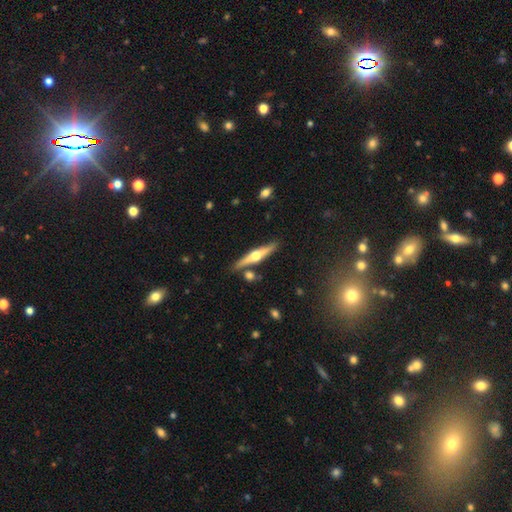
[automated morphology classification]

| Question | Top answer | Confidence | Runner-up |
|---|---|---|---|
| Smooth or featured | featured or disk | 69% | smooth (25%) |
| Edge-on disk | yes | 97% | no (3%) |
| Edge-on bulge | rounded | 95% | boxy (3%) |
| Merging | none | 83% | minor disturbance (9%) |